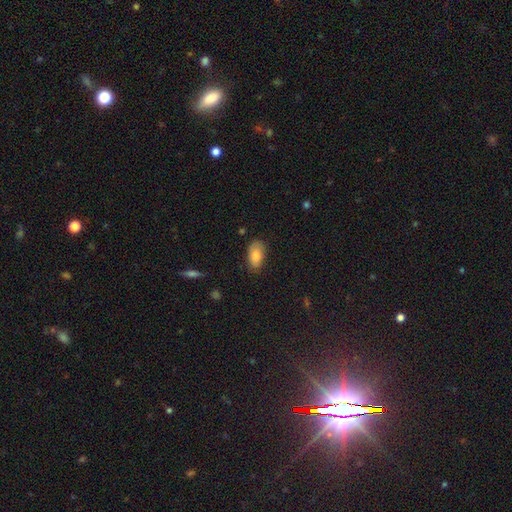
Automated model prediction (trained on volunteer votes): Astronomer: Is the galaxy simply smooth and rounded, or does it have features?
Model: smooth — 83%.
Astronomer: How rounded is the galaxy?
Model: in between — 92%.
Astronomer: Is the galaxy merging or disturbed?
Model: none — 78%.